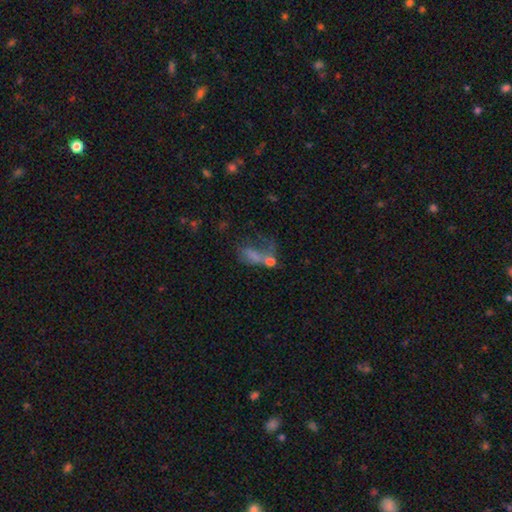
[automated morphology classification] smooth_or_featured: smooth (p=0.51) [alt: featured or disk p=0.30]
how_rounded: in between (p=0.75) [alt: round p=0.17]
merging: major disturbance (p=0.37) [alt: merger p=0.32]